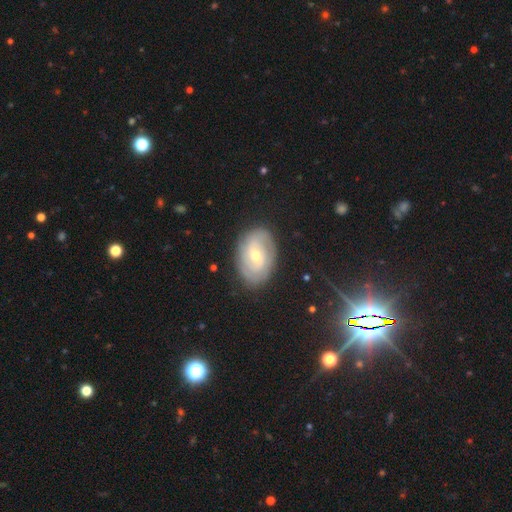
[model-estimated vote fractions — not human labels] Q: Smooth or featured?
A: featured or disk (73%); runner-up: smooth (21%)
Q: Edge-on disk?
A: no (96%); runner-up: yes (4%)
Q: Bar?
A: weak (44%); runner-up: no (43%)
Q: Spiral arms?
A: yes (86%); runner-up: no (14%)
Q: Spiral winding?
A: tight (62%); runner-up: medium (28%)
Q: Spiral arm count?
A: 2 (46%); runner-up: can't tell (33%)
Q: Bulge size?
A: small (49%); runner-up: moderate (47%)
Q: Merging?
A: none (82%); runner-up: minor disturbance (13%)